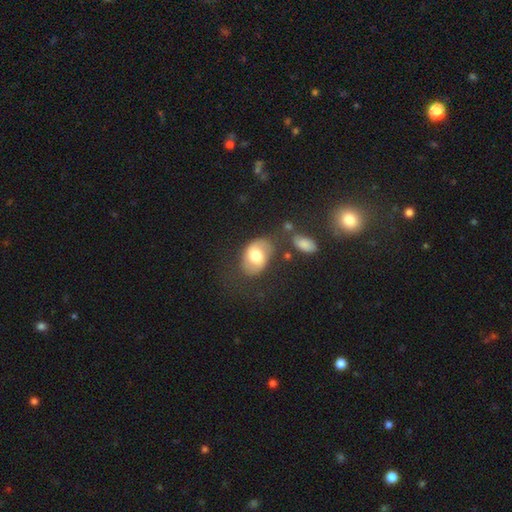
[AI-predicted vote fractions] This appears to be a smooth galaxy with no disk features (58%) that is in between round and cigar-shaped (80%). Merging: none (58%).